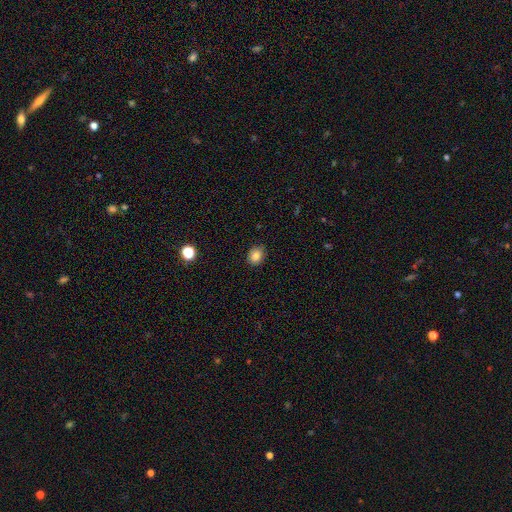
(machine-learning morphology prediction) Smooth or featured: smooth — 83% (star or artifact — 10%)
How rounded: round — 53% (in between — 46%)
Merging: none — 84% (minor disturbance — 12%)